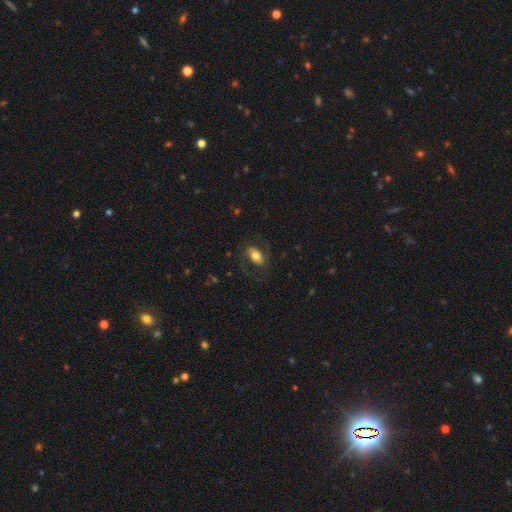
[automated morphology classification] The model was most divided on "smooth or featured": smooth: 59%, featured or disk: 34%, star or artifact: 7%. More confident: how rounded — in between (89%); merging — none (70%).